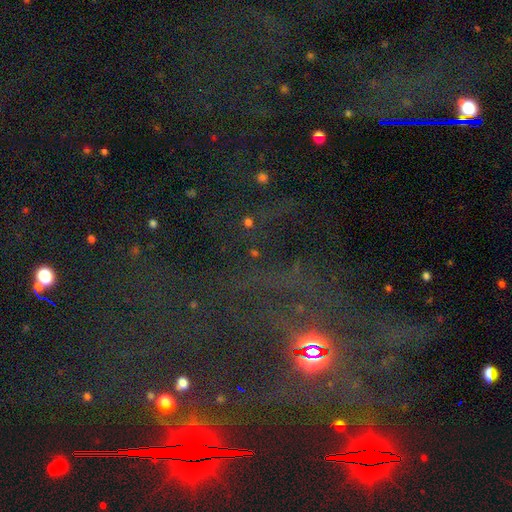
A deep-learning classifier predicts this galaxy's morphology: Smooth or featured?
  - star or artifact: 79% *
  - smooth: 12%
  - featured or disk: 9%